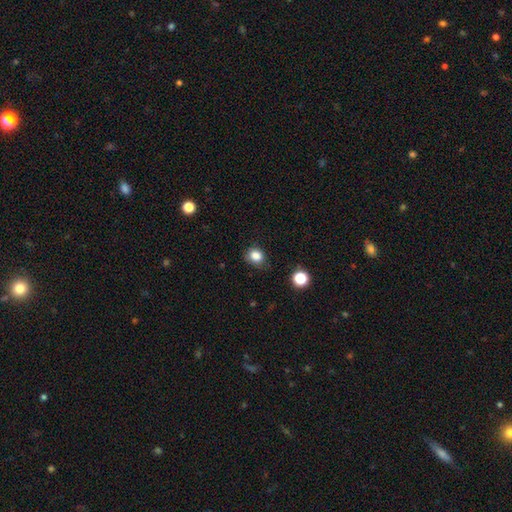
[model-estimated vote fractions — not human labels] smooth_or_featured: smooth (p=0.84) [alt: star or artifact p=0.12]
how_rounded: round (p=0.68) [alt: in between p=0.31]
merging: none (p=0.78) [alt: minor disturbance p=0.17]